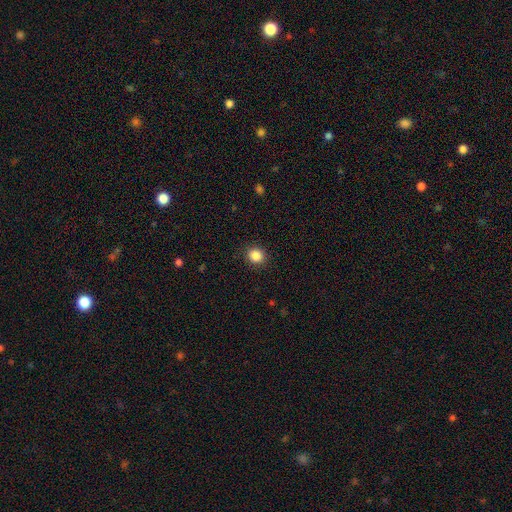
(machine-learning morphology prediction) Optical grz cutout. It shows a smooth galaxy with no disk features (87%) that is round (80%). Merging: none (90%).